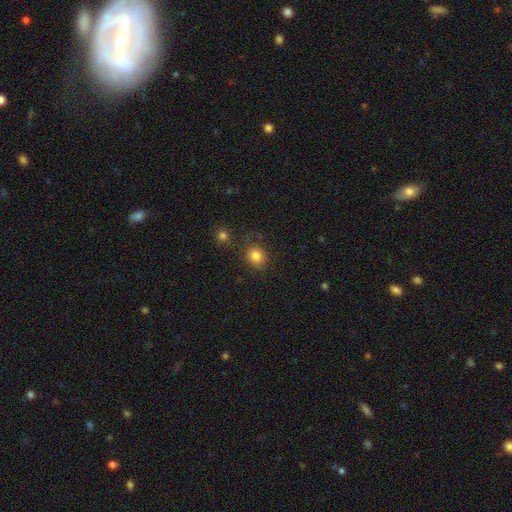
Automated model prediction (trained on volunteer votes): Smooth or featured? Predicted: smooth (p=0.83). How rounded? Predicted: round (p=0.73). Merging? Predicted: none (p=0.75).